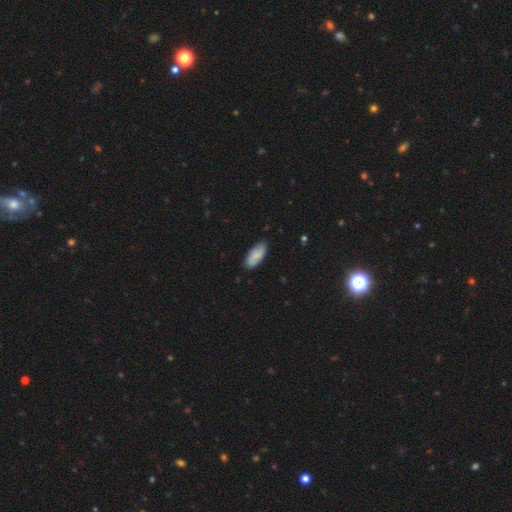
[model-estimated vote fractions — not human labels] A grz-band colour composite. It shows a smooth galaxy with no disk features (79%) that is in between round and cigar-shaped (84%). Merging: none (82%).